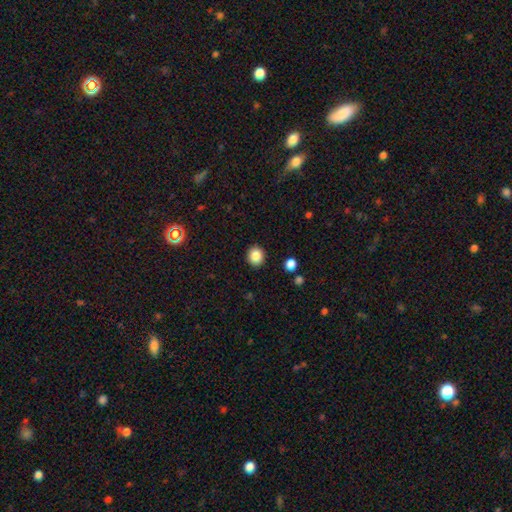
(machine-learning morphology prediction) smooth-or-featured: smooth: 86% | star or artifact: 10% | featured or disk: 4%
  how-rounded: round: 79% | in between: 20% | cigar-shaped: 1%
  merging: none: 91% | minor disturbance: 6% | major disturbance: 2% | merger: 1%